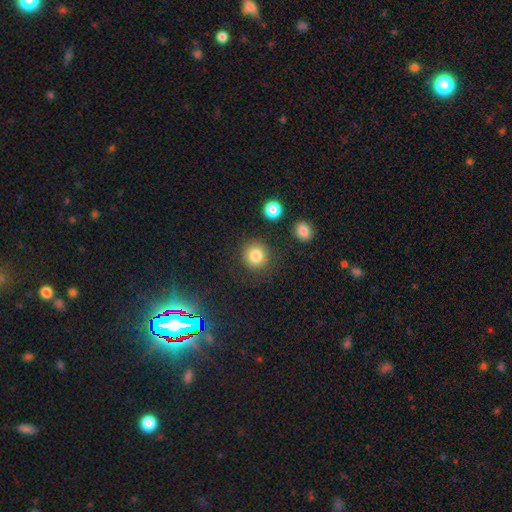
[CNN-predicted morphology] This appears to be a smooth galaxy with no disk features (83%) that is round (90%). Merging: none (83%).